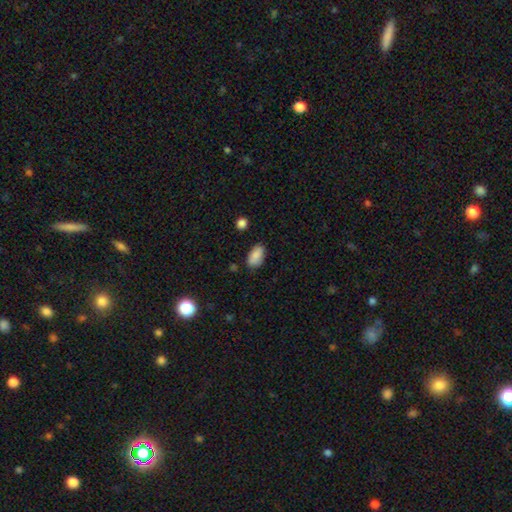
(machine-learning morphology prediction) Smooth or featured?
  - smooth: 88% *
  - star or artifact: 8%
  - featured or disk: 5%
How rounded?
  - in between: 93% *
  - round: 5%
  - cigar-shaped: 3%
Merging?
  - none: 79% *
  - minor disturbance: 16%
  - major disturbance: 3%
  - merger: 2%